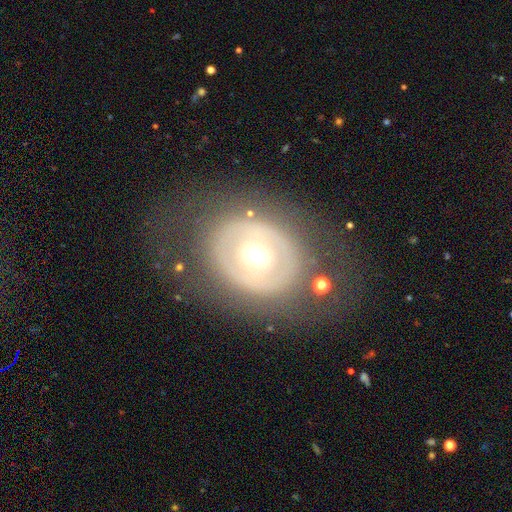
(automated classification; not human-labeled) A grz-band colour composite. It shows a featured or disk galaxy (60%) with no bar (76%), no spiral arms (87%) and a moderate central bulge (65%). Merging: none (72%).